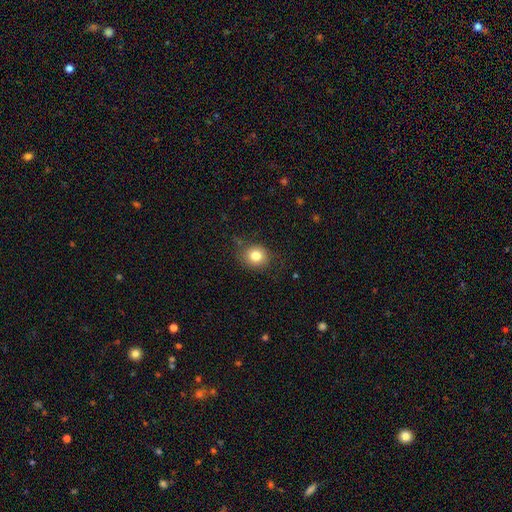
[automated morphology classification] The model was most divided on "how rounded": round: 80%, in between: 19%, cigar-shaped: 1%. More confident: merging — none (81%); smooth or featured — smooth (80%).